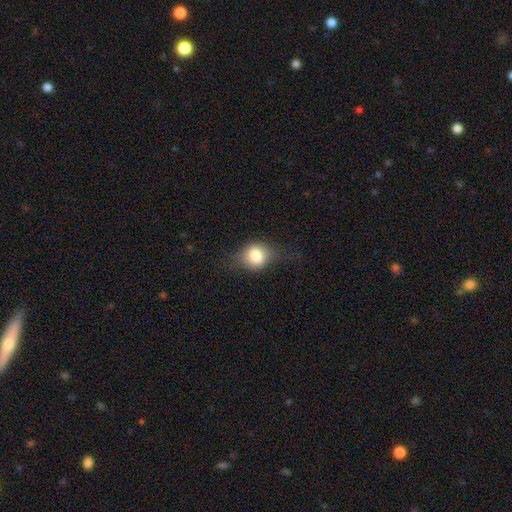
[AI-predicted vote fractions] A smooth galaxy with no disk features (70%) that is round (55%).

Vote fractions:
- Smooth or featured? smooth: 70% / featured or disk: 20% / star or artifact: 10%
- How rounded? round: 55% / in between: 43% / cigar-shaped: 2%
- Merging? none: 62% / minor disturbance: 24% / major disturbance: 12% / merger: 1%